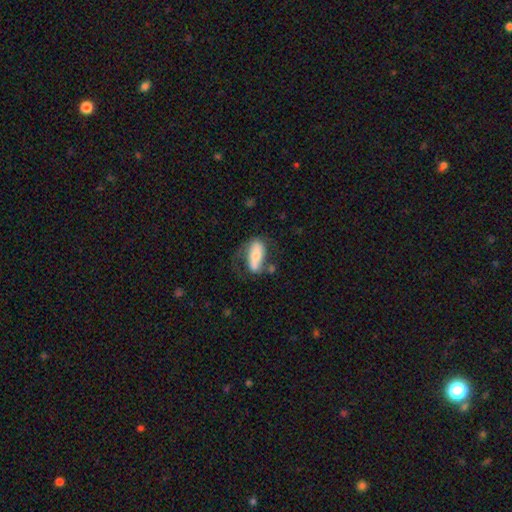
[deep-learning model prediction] smooth-or-featured: smooth: 52% | featured or disk: 41% | star or artifact: 7%
  how-rounded: in between: 77% | cigar-shaped: 19% | round: 4%
  merging: none: 42% | minor disturbance: 25% | major disturbance: 21% | merger: 12%